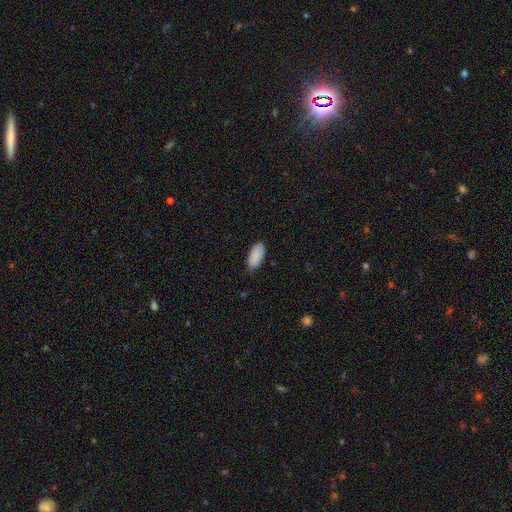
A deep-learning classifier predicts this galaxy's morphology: smooth-or-featured: smooth: 90% | star or artifact: 6% | featured or disk: 4%
  how-rounded: in between: 93% | cigar-shaped: 5% | round: 2%
  merging: none: 77% | minor disturbance: 19% | major disturbance: 3% | merger: 1%